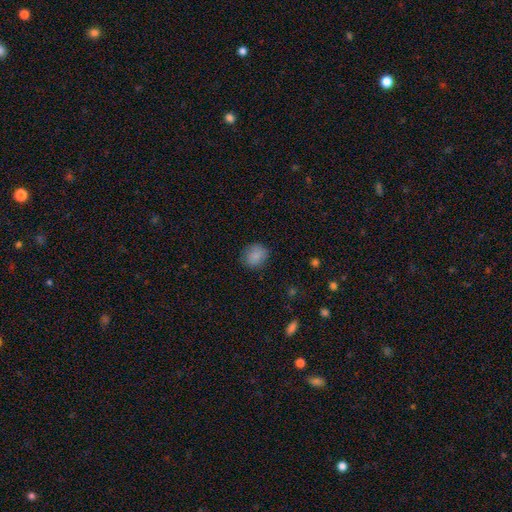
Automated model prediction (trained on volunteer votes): This is clearly a smooth galaxy (86%). How rounded: likely round (73%). Merging: clearly none (83%).